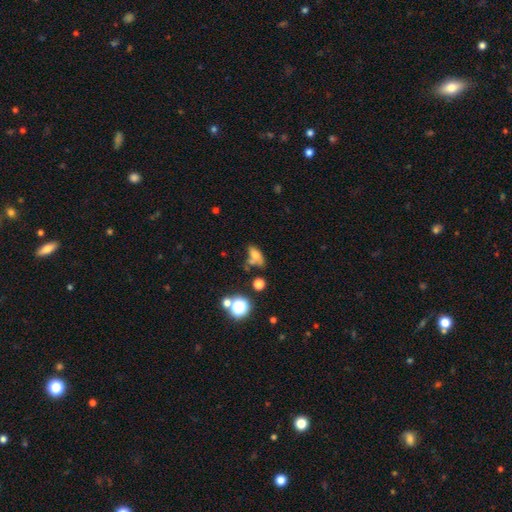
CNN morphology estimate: Q: Smooth or featured?
A: smooth (64%); runner-up: featured or disk (20%)
Q: How rounded?
A: in between (77%); runner-up: round (12%)
Q: Merging?
A: none (48%); runner-up: minor disturbance (22%)